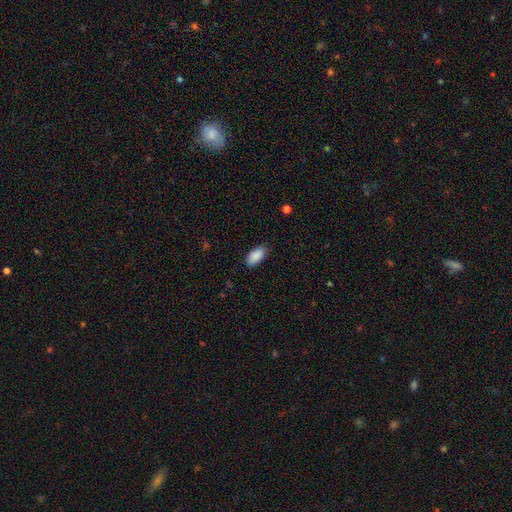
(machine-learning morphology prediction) smooth-or-featured: smooth: 90% | star or artifact: 6% | featured or disk: 4%
  how-rounded: in between: 94% | cigar-shaped: 3% | round: 3%
  merging: none: 81% | minor disturbance: 15% | major disturbance: 3% | merger: 1%